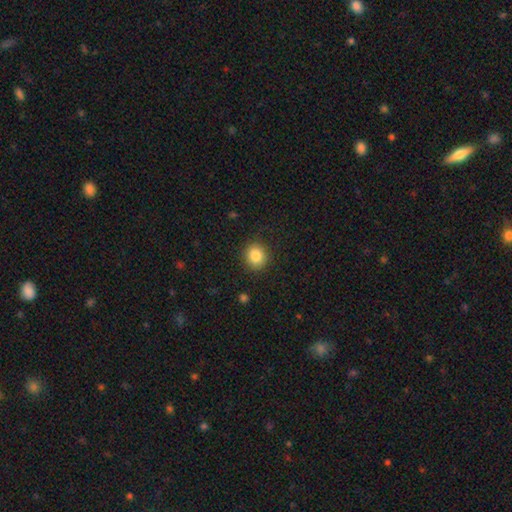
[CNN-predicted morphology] smooth-or-featured: smooth: 85% | star or artifact: 10% | featured or disk: 5%
  how-rounded: round: 82% | in between: 17% | cigar-shaped: 1%
  merging: none: 89% | minor disturbance: 7% | major disturbance: 3% | merger: 1%